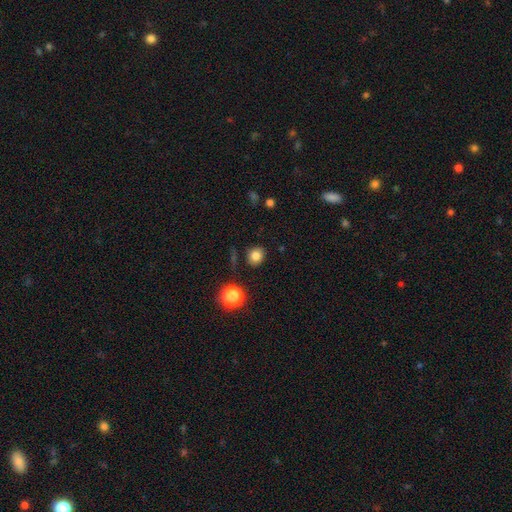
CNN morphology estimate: type=smooth (80%); roundness=round (74%); merging=none (84%).